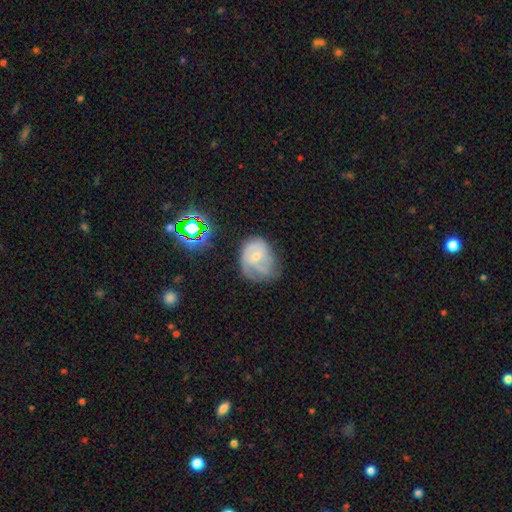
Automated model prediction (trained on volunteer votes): smooth-or-featured: featured or disk: 62% | smooth: 27% | star or artifact: 10%
  disk-edge-on: no: 97% | yes: 3%
    bar: no: 67% | weak: 29% | strong: 4%
    has-spiral-arms: yes: 81% | no: 19%
    bulge-size: small: 60% | moderate: 34% | none: 3% | large: 1% | dominant: 1%
  merging: none: 40% | minor disturbance: 34% | major disturbance: 22% | merger: 3%